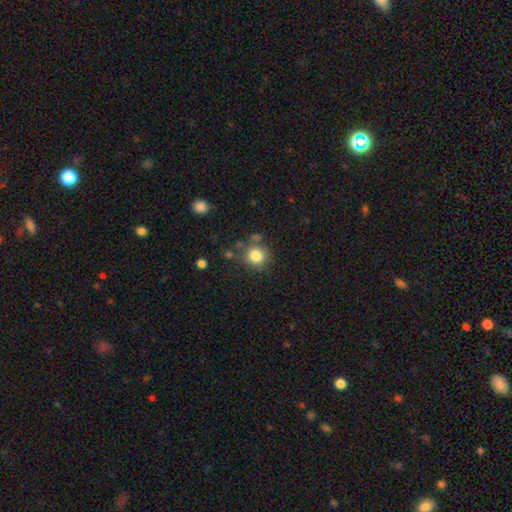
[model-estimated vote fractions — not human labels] Morphology: type=smooth (82%); roundness=round (88%); merging=none (74%).